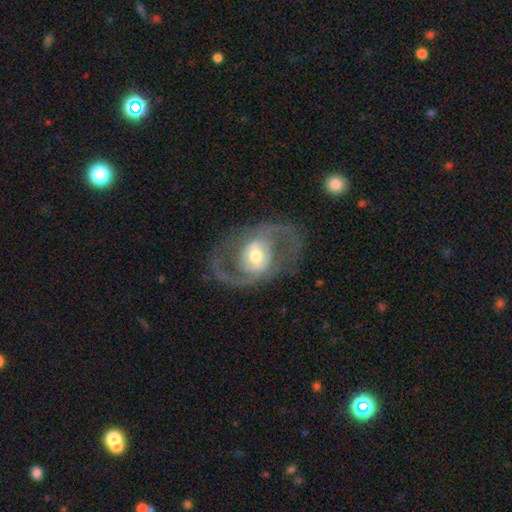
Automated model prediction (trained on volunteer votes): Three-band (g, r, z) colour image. It shows a featured or disk galaxy (85%) with no bar (40%), 2 (88%) medium (54%) spiral arms (85%) and a moderate central bulge (69%). Merging: none (75%).